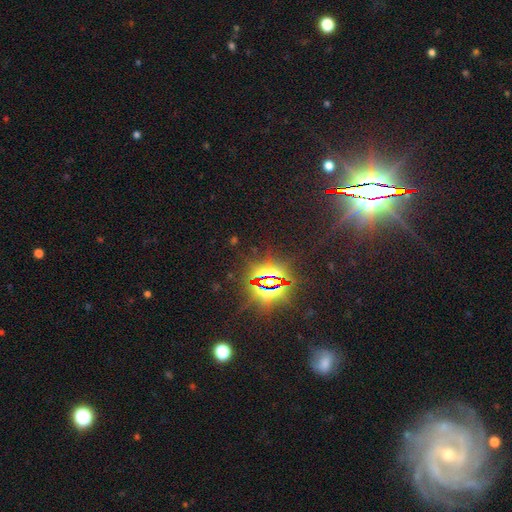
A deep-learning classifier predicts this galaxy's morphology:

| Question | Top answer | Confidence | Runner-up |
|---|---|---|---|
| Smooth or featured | star or artifact | 69% | featured or disk (21%) |